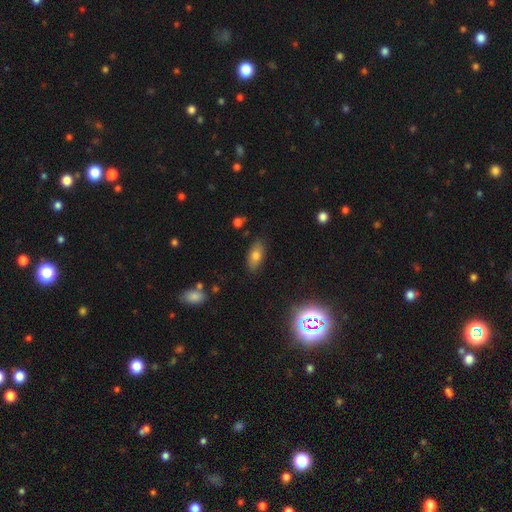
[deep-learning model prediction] The model was most divided on "smooth or featured": smooth: 72%, featured or disk: 16%, star or artifact: 11%. More confident: how rounded — in between (86%); merging — none (85%).